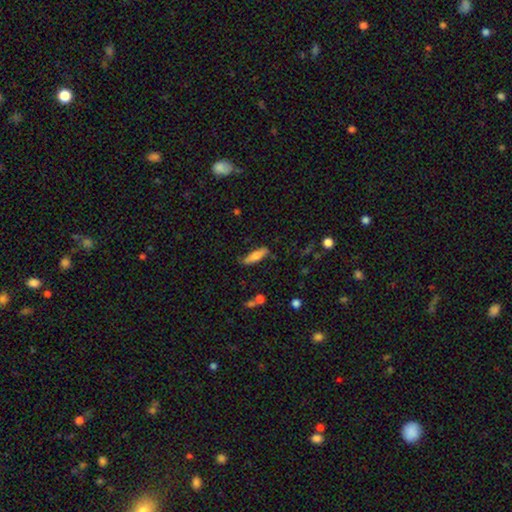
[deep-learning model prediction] The model was most divided on "how rounded": cigar-shaped: 58%, in between: 40%, round: 2%. More confident: merging — none (77%); smooth or featured — smooth (72%).